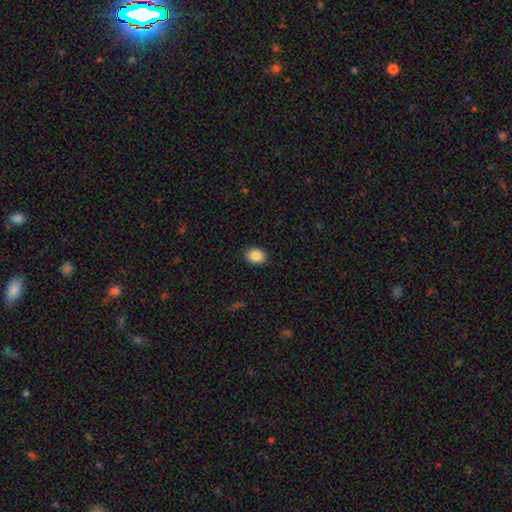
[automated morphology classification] Smooth or featured: smooth — 88% (star or artifact — 8%)
How rounded: in between — 69% (round — 30%)
Merging: none — 90% (minor disturbance — 8%)